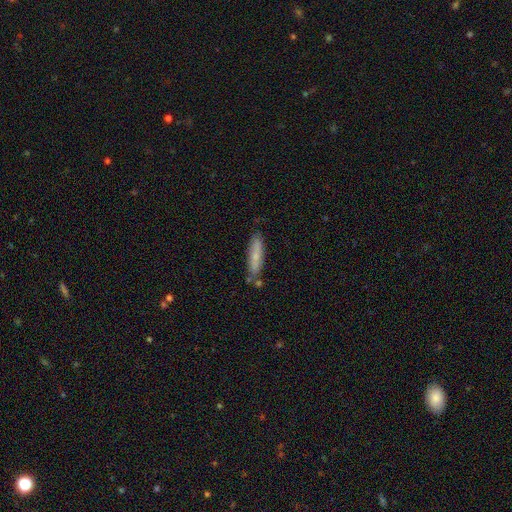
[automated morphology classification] A smooth galaxy with no disk features (68%) that is cigar-shaped (78%).

Vote fractions:
- Smooth or featured? smooth: 68% / featured or disk: 25% / star or artifact: 6%
- How rounded? cigar-shaped: 78% / in between: 20% / round: 2%
- Merging? none: 75% / minor disturbance: 16% / merger: 6% / major disturbance: 3%